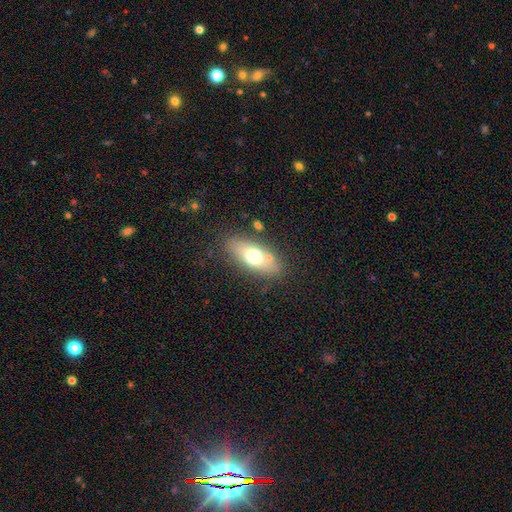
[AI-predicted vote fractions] This is likely a smooth galaxy (62%). How rounded: likely in between (78%). Merging: clearly none (80%).